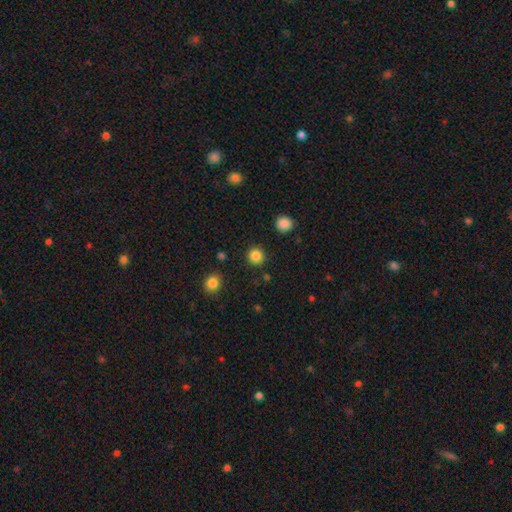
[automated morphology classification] Q: Smooth or featured?
A: smooth (85%); runner-up: star or artifact (11%)
Q: How rounded?
A: round (94%); runner-up: in between (5%)
Q: Merging?
A: none (91%); runner-up: minor disturbance (5%)